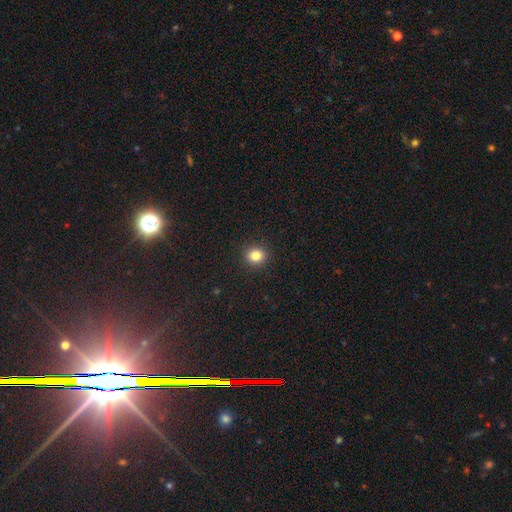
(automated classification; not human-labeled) Q: Smooth or featured?
A: smooth (83%); runner-up: star or artifact (12%)
Q: How rounded?
A: round (87%); runner-up: in between (12%)
Q: Merging?
A: none (92%); runner-up: minor disturbance (5%)